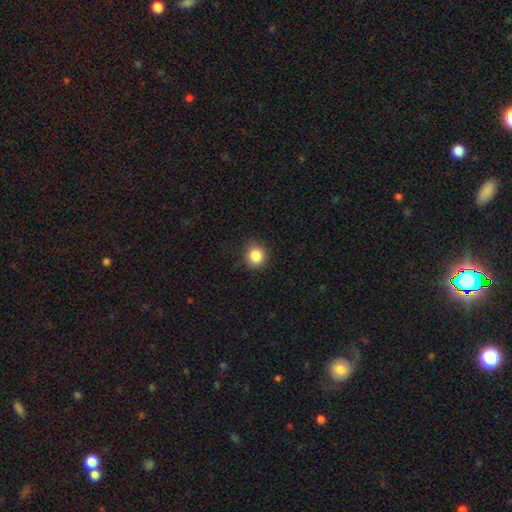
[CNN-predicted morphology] The model was most divided on "smooth or featured": smooth: 85%, star or artifact: 11%, featured or disk: 5%. More confident: how rounded — round (87%); merging — none (86%).